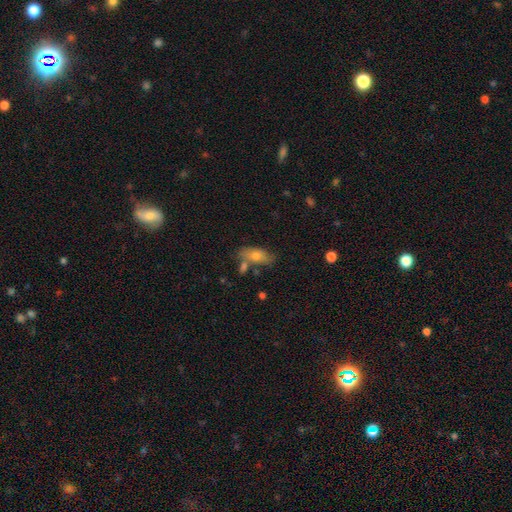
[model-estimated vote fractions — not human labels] Smooth or featured? smooth (67%)
How rounded? in between (77%)
Merging? none (63%)